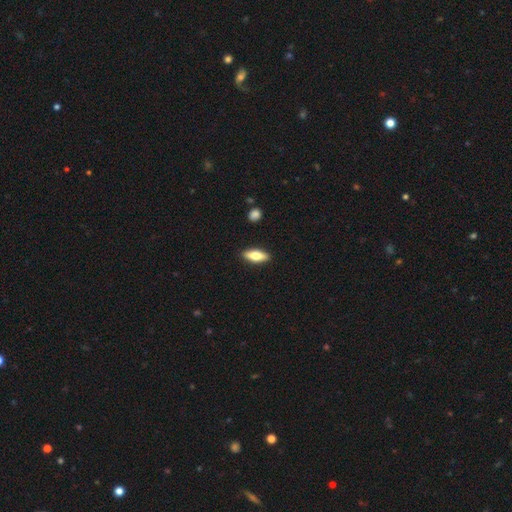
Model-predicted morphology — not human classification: This is likely a smooth galaxy (69%). How rounded: likely in between (69%). Merging: clearly none (90%).